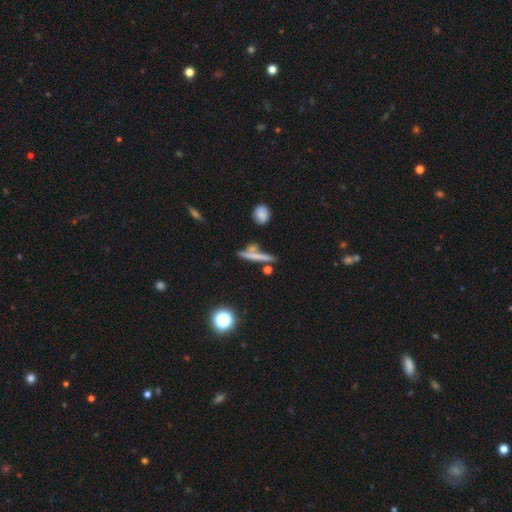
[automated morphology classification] Smooth or featured?
  - smooth: 53% *
  - featured or disk: 35%
  - star or artifact: 11%
How rounded?
  - cigar-shaped: 87% *
  - in between: 8%
  - round: 5%
Merging?
  - none: 62% *
  - merger: 18%
  - minor disturbance: 14%
  - major disturbance: 6%